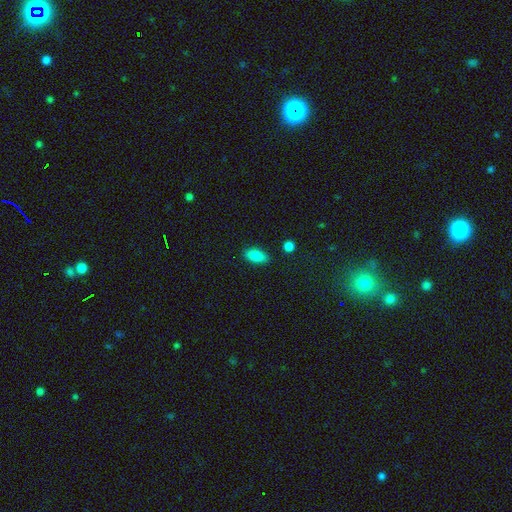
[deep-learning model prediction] Smooth or featured?
  - smooth: 87% *
  - star or artifact: 8%
  - featured or disk: 5%
How rounded?
  - in between: 90% *
  - cigar-shaped: 6%
  - round: 4%
Merging?
  - none: 84% *
  - minor disturbance: 11%
  - merger: 3%
  - major disturbance: 3%